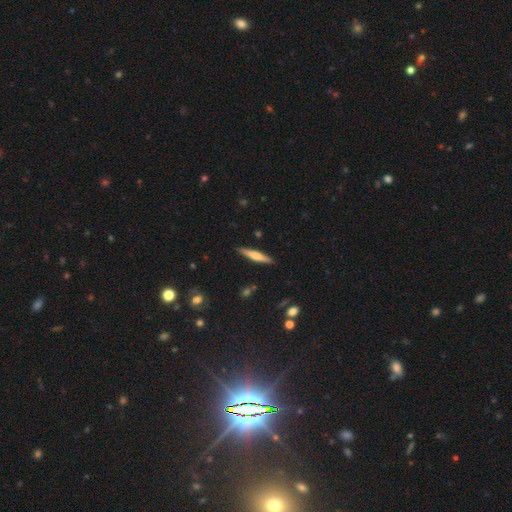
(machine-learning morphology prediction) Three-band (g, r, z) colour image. It shows a smooth galaxy with no disk features (54%) that is cigar-shaped (89%). Merging: none (88%).